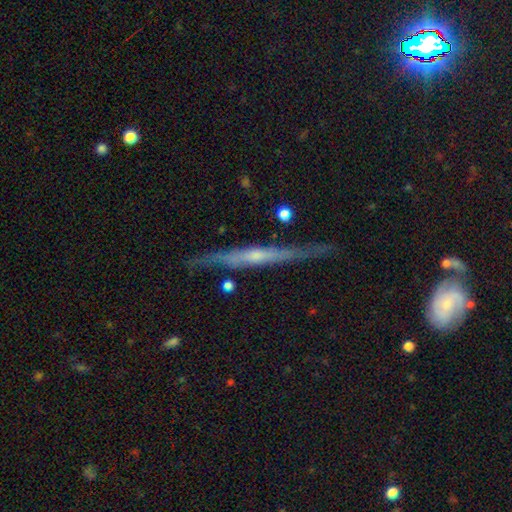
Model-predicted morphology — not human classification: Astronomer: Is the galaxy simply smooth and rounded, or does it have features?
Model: featured or disk — 75%.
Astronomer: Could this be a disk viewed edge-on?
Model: yes — 94%.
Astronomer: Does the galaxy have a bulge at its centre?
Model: rounded — 46% (runner-up: none, 44%).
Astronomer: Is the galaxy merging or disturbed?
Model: none — 80%.